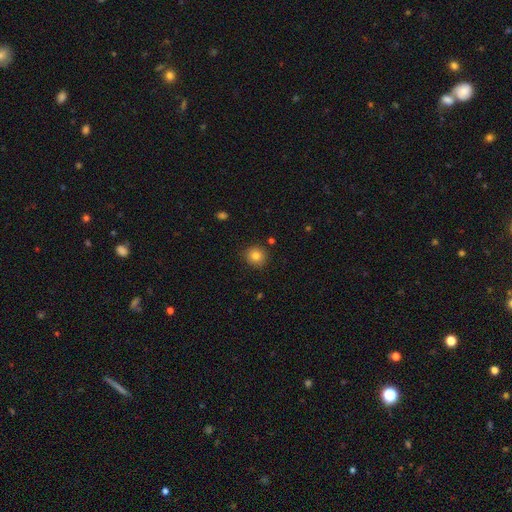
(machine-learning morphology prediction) type=smooth (81%); roundness=round (91%); merging=none (89%).